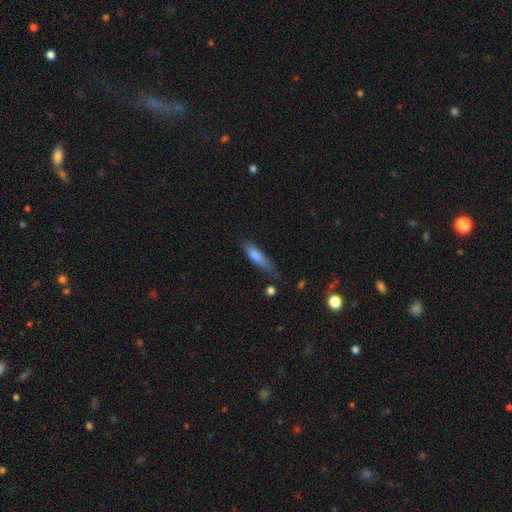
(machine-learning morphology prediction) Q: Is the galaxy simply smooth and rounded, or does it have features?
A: smooth — 78%.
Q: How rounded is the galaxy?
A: cigar-shaped — 66%.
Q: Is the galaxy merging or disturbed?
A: none — 51%.